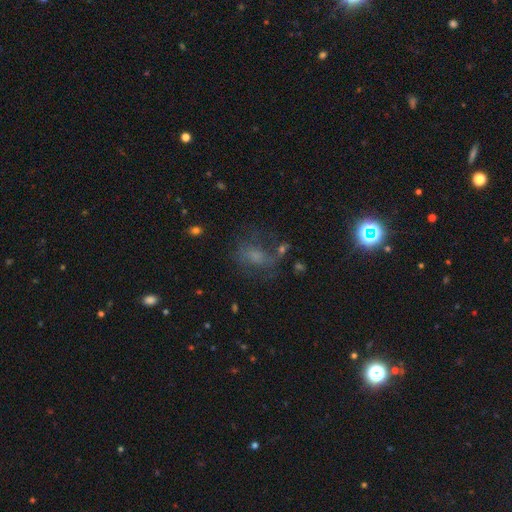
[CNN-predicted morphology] Smooth or featured? smooth (42%)
Merging? none (51%)